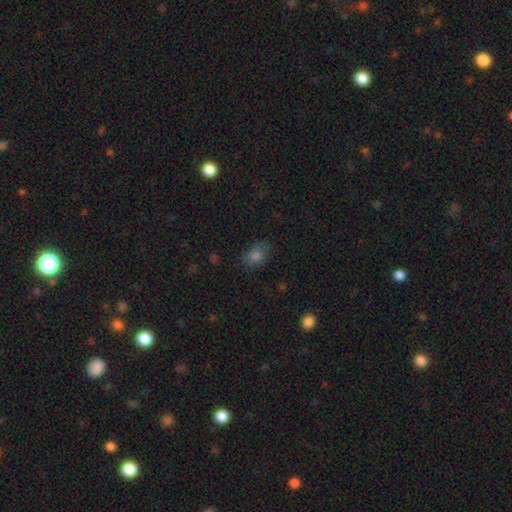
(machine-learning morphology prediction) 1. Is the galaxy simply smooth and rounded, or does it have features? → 77% smooth, 14% star or artifact, 9% featured or disk.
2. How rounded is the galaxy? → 76% in between, 22% round, 2% cigar-shaped.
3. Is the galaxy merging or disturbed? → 79% none, 16% minor disturbance, 3% major disturbance, 1% merger.